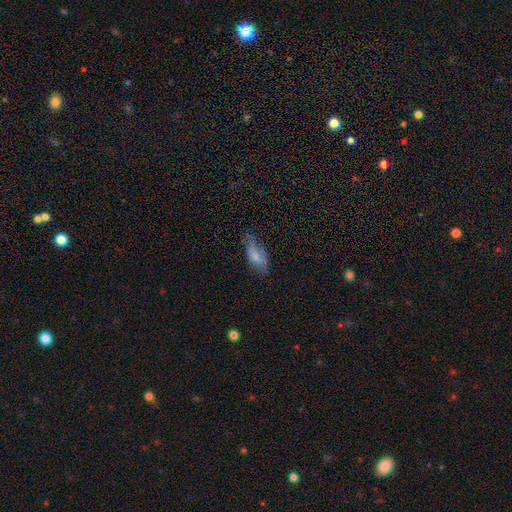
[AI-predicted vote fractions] Overall: smooth (74%). How rounded: in between (78%). Merging: none (57%; minor disturbance 30%).